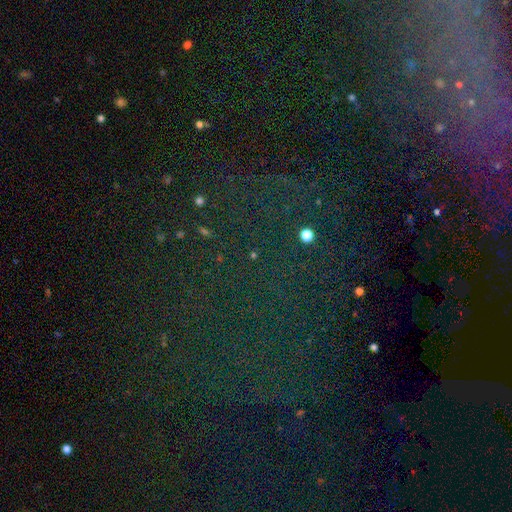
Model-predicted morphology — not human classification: A star or artifact, not a galaxy (74%).